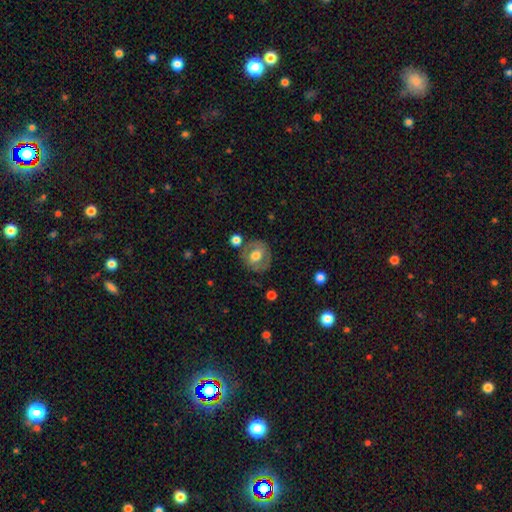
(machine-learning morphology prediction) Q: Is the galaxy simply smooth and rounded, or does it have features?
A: smooth — 50%.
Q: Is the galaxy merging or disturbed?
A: none — 73%.